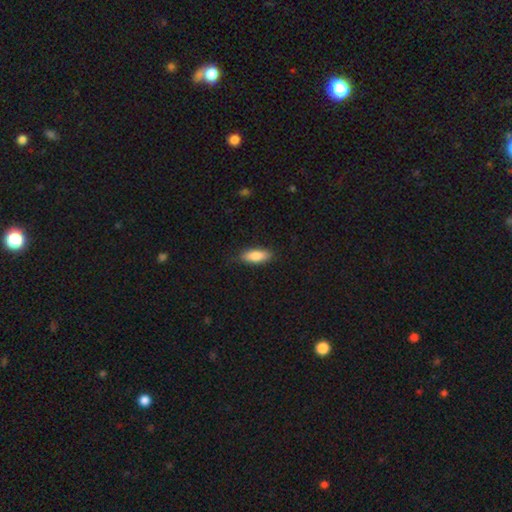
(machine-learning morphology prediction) Q: Smooth or featured?
A: smooth (84%); runner-up: featured or disk (10%)
Q: How rounded?
A: in between (70%); runner-up: cigar-shaped (28%)
Q: Merging?
A: none (84%); runner-up: minor disturbance (12%)